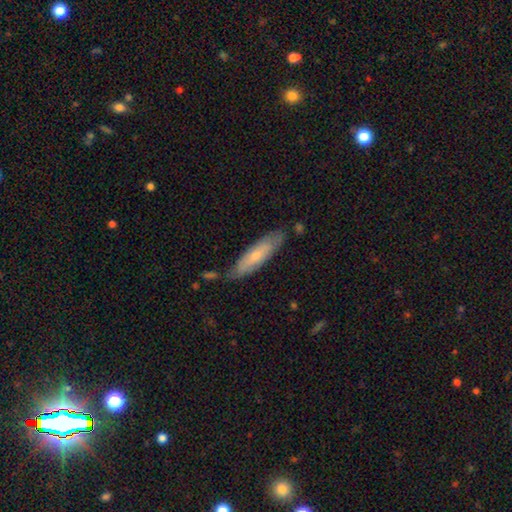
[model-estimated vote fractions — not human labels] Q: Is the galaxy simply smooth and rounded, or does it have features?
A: smooth — 59%.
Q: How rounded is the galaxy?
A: cigar-shaped — 66%.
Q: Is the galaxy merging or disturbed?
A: none — 68%.